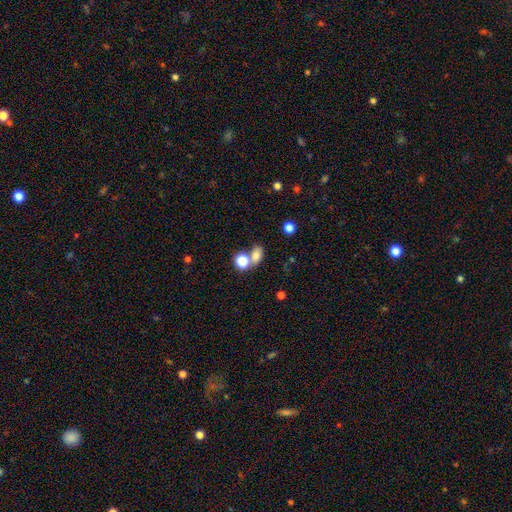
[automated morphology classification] Overall: smooth (76%). How rounded: in between (66%; round 31%). Merging: none (46%; merger 38%).